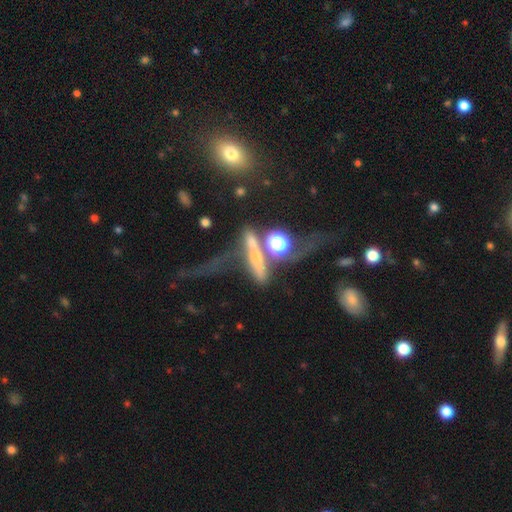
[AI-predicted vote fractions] This appears to be a featured or disk galaxy (44%). Merging: none (31%).